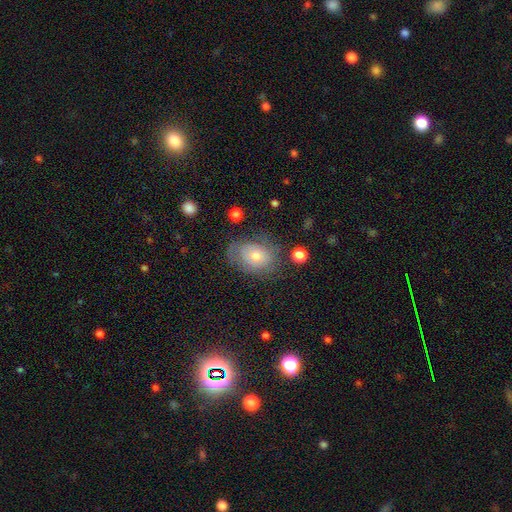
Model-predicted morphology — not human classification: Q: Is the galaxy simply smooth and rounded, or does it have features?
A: smooth — 45%.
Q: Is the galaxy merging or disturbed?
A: none — 59%.